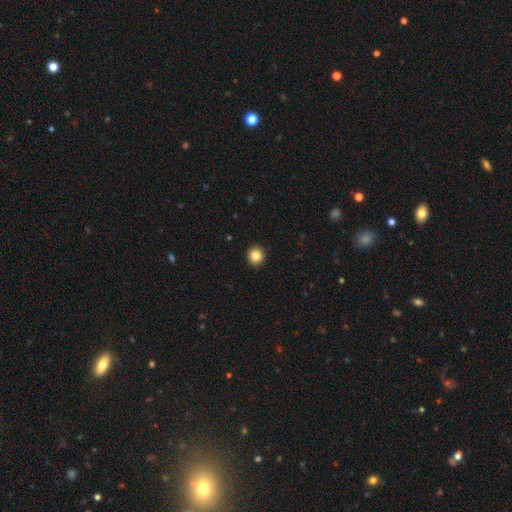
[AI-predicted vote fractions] This is clearly a smooth galaxy (85%). How rounded: clearly round (92%). Merging: clearly none (93%).